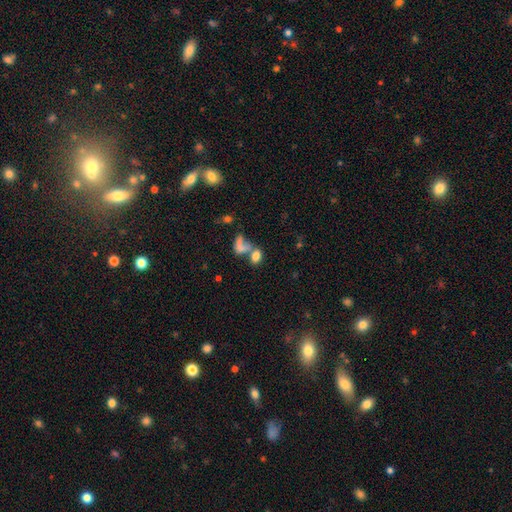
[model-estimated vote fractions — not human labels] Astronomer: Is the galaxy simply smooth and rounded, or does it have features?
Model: smooth — 75%.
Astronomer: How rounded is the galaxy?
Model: in between — 81%.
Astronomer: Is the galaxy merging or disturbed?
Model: merger — 54%.